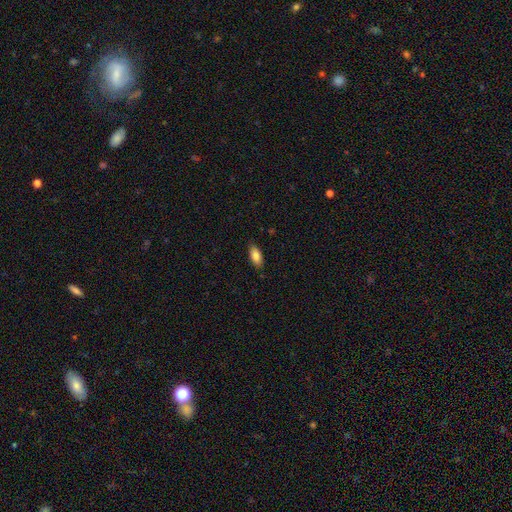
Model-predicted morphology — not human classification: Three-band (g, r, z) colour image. It shows a smooth galaxy with no disk features (84%) that is in between round and cigar-shaped (87%). Merging: none (86%).